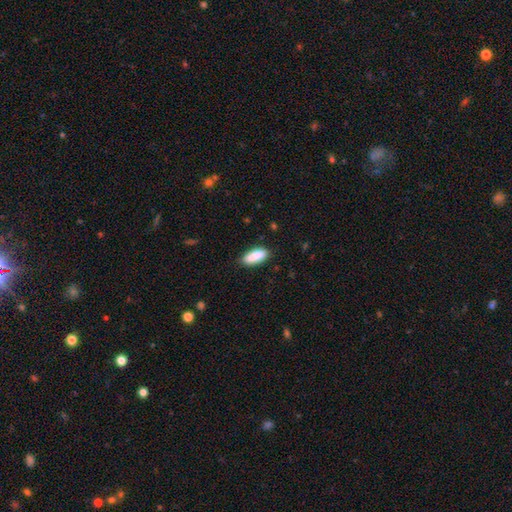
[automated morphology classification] A smooth galaxy with no disk features (84%) that is in between round and cigar-shaped (68%). Merging: none (79%).